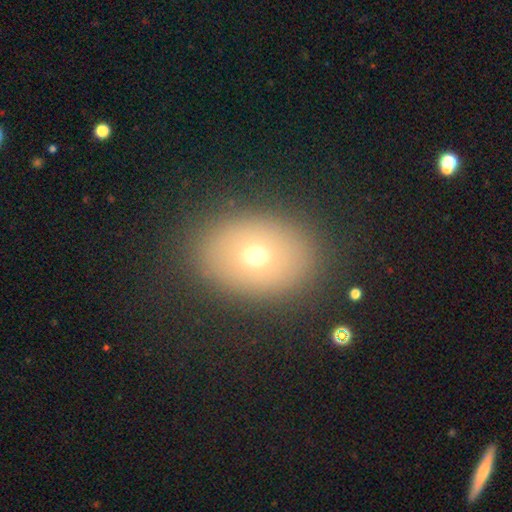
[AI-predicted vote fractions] Q: Smooth or featured?
A: smooth (64%); runner-up: featured or disk (21%)
Q: How rounded?
A: in between (63%); runner-up: round (35%)
Q: Merging?
A: none (87%); runner-up: minor disturbance (8%)